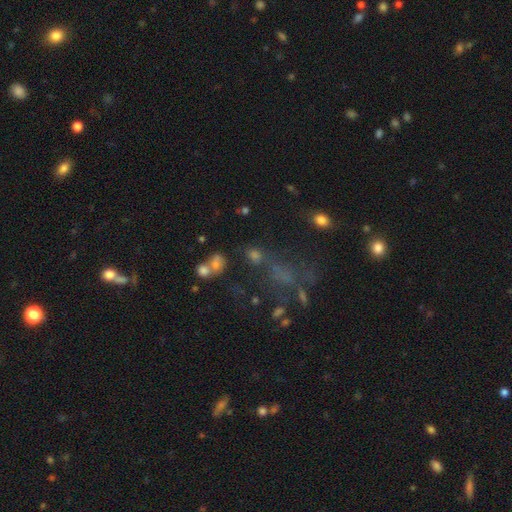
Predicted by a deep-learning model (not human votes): smooth-or-featured: smooth: 47% | star or artifact: 36% | featured or disk: 17%
  merging: none: 51% | merger: 21% | major disturbance: 14% | minor disturbance: 14%